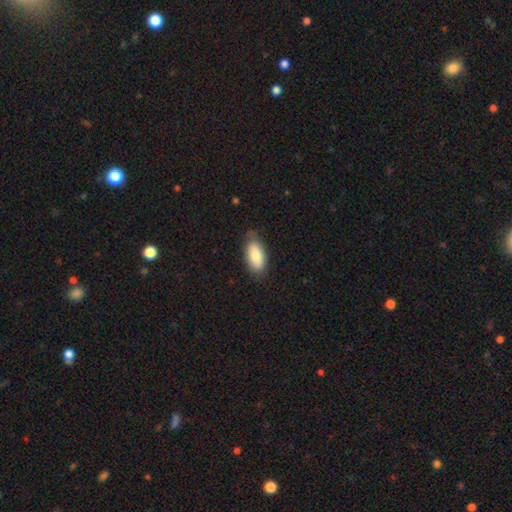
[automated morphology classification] A smooth galaxy with no disk features (82%) that is in between round and cigar-shaped (92%).

Vote fractions:
- Smooth or featured? smooth: 82% / featured or disk: 12% / star or artifact: 6%
- How rounded? in between: 92% / cigar-shaped: 6% / round: 3%
- Merging? none: 76% / minor disturbance: 19% / major disturbance: 4% / merger: 1%